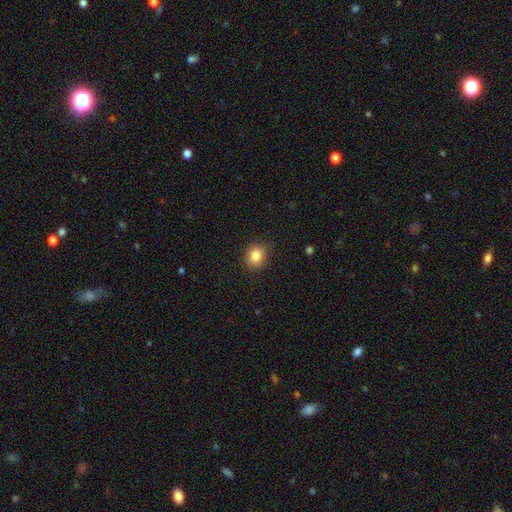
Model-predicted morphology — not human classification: smooth-or-featured: smooth: 84% | star or artifact: 10% | featured or disk: 6%
  how-rounded: round: 75% | in between: 24% | cigar-shaped: 1%
  merging: none: 86% | minor disturbance: 10% | major disturbance: 2% | merger: 1%